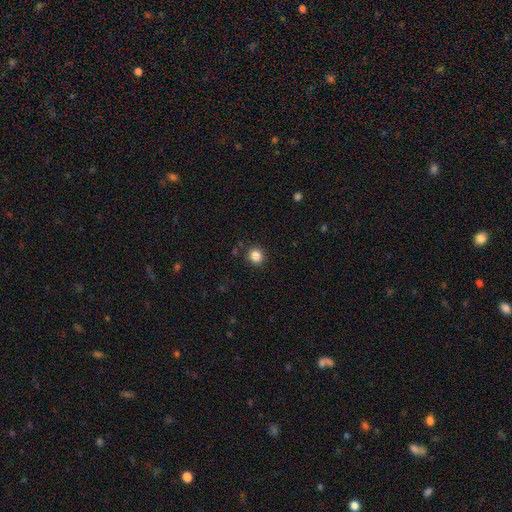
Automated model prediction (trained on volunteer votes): Q: Smooth or featured?
A: smooth (85%); runner-up: star or artifact (11%)
Q: How rounded?
A: round (85%); runner-up: in between (14%)
Q: Merging?
A: none (88%); runner-up: minor disturbance (8%)